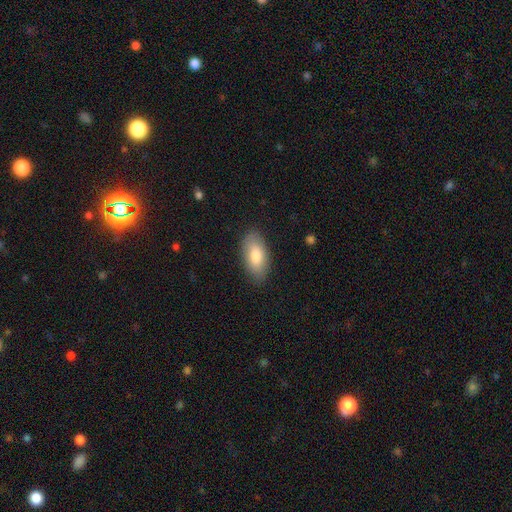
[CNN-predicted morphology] Smooth or featured?
  - smooth: 80% *
  - featured or disk: 14%
  - star or artifact: 6%
How rounded?
  - in between: 92% *
  - cigar-shaped: 5%
  - round: 3%
Merging?
  - none: 86% *
  - minor disturbance: 11%
  - major disturbance: 3%
  - merger: 1%